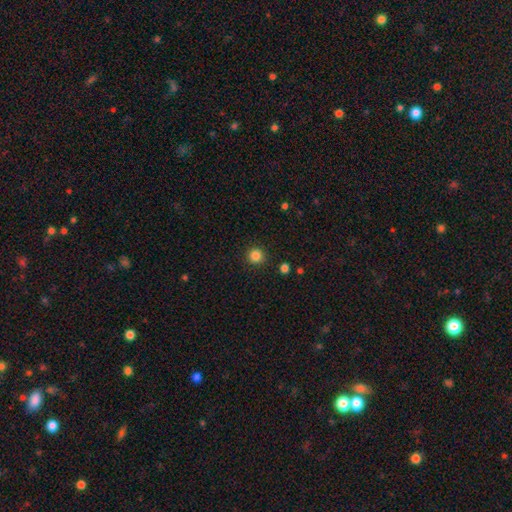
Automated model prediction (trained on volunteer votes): Smooth or featured? Predicted: smooth (p=0.85). How rounded? Predicted: round (p=0.95). Merging? Predicted: none (p=0.92).